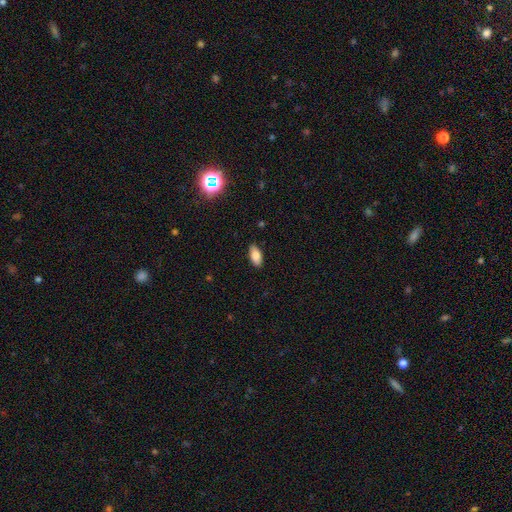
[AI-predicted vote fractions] smooth 83%, featured or disk 9%, star or artifact 8%. Down the decision tree: how rounded — in between (90%); merging — none (87%).